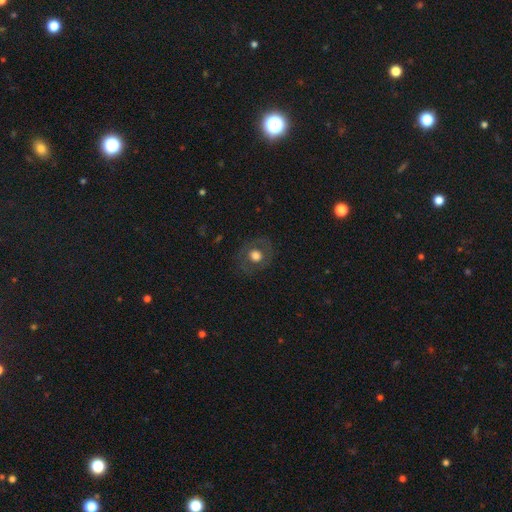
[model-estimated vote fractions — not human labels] The model was most divided on "smooth or featured": smooth: 59%, featured or disk: 31%, star or artifact: 10%. More confident: merging — none (81%); how rounded — round (78%).